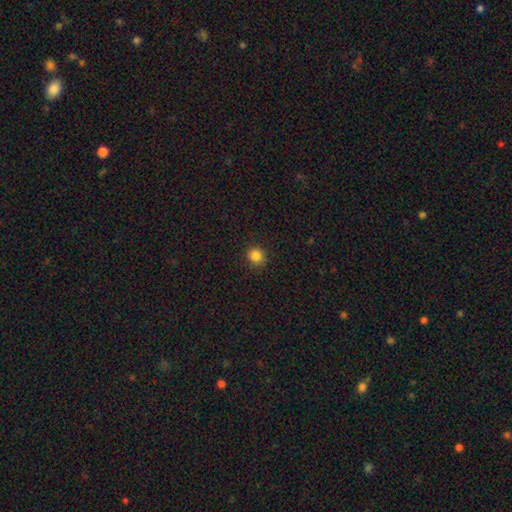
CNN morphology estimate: Smooth or featured?
  - smooth: 84% *
  - star or artifact: 12%
  - featured or disk: 4%
How rounded?
  - round: 93% *
  - in between: 6%
  - cigar-shaped: 1%
Merging?
  - none: 92% *
  - minor disturbance: 5%
  - major disturbance: 2%
  - merger: 1%